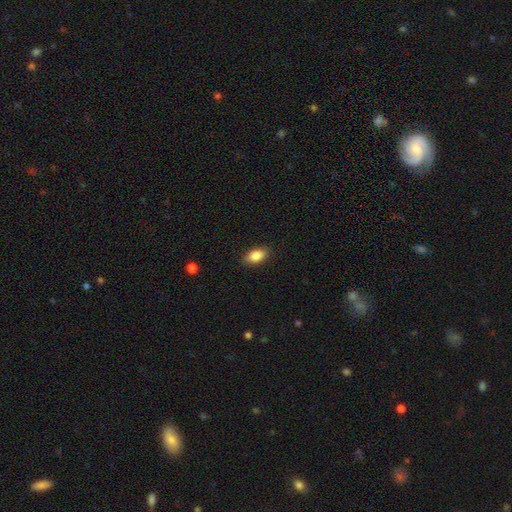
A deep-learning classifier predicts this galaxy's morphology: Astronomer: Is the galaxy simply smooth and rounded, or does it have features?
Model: smooth — 87%.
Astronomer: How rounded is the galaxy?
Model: in between — 90%.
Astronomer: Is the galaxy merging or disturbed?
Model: none — 87%.